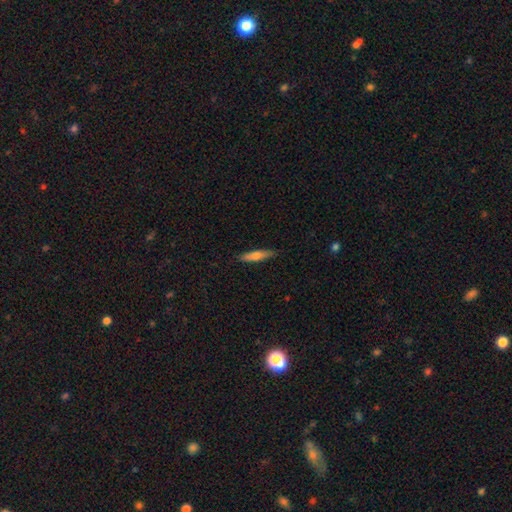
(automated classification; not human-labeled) smooth_or_featured: smooth (p=0.65) [alt: featured or disk p=0.29]
how_rounded: cigar-shaped (p=0.82) [alt: in between p=0.17]
merging: none (p=0.87) [alt: minor disturbance p=0.10]